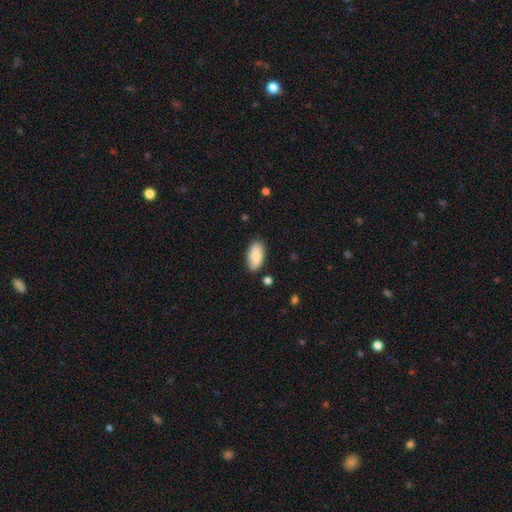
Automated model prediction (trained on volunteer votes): Smooth or featured: smooth — 76% (featured or disk — 18%)
How rounded: in between — 92% (cigar-shaped — 5%)
Merging: none — 83% (minor disturbance — 13%)